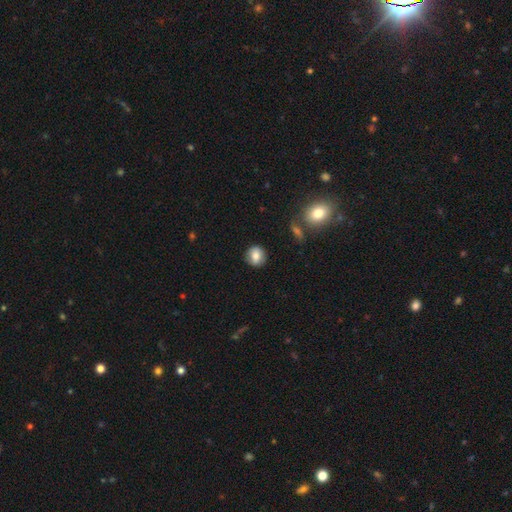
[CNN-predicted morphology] smooth 75%, featured or disk 17%, star or artifact 8%. Down the decision tree: how rounded — round (81%); merging — none (86%).